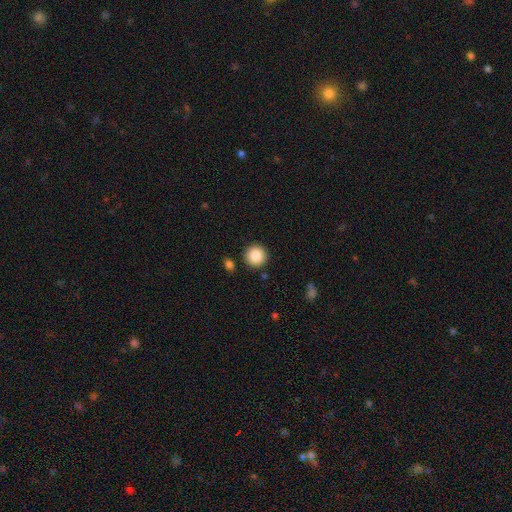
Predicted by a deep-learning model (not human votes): This is clearly a smooth galaxy (86%). How rounded: clearly round (95%). Merging: clearly none (90%).